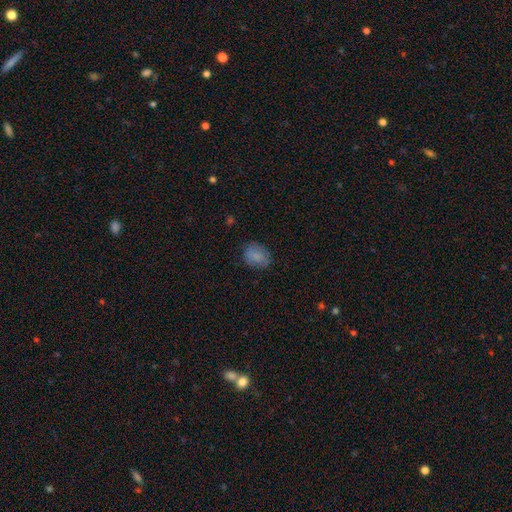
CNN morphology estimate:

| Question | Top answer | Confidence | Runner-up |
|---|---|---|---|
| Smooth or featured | smooth | 83% | star or artifact (9%) |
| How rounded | in between | 59% | round (40%) |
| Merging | none | 78% | minor disturbance (16%) |